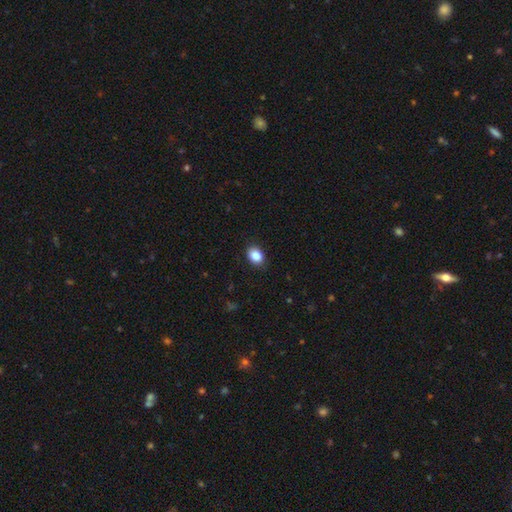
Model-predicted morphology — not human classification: Smooth or featured? Predicted: smooth (p=0.86). How rounded? Predicted: in between (p=0.66). Merging? Predicted: none (p=0.89).